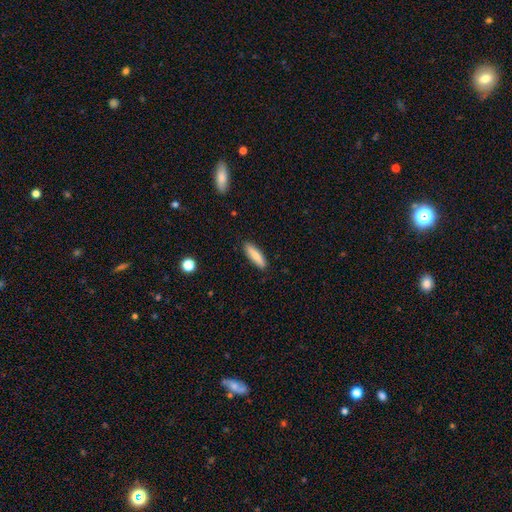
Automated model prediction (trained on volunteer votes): A smooth galaxy with no disk features (77%) that is cigar-shaped (68%).

Vote fractions:
- Smooth or featured? smooth: 77% / featured or disk: 17% / star or artifact: 6%
- How rounded? cigar-shaped: 68% / in between: 30% / round: 2%
- Merging? none: 88% / minor disturbance: 9% / major disturbance: 2% / merger: 1%